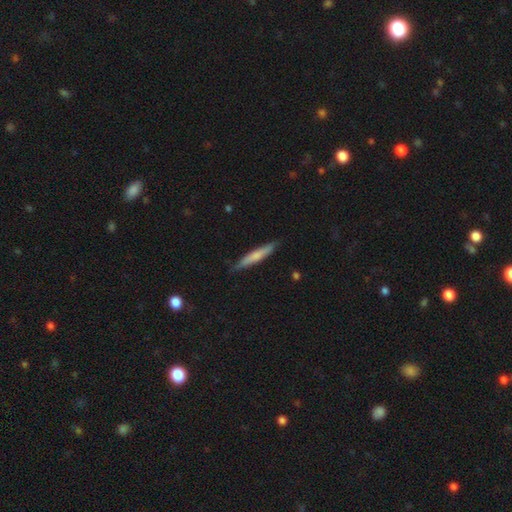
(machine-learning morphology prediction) Smooth or featured: smooth — 64% (featured or disk — 30%)
How rounded: cigar-shaped — 93% (in between — 6%)
Merging: none — 85% (minor disturbance — 12%)